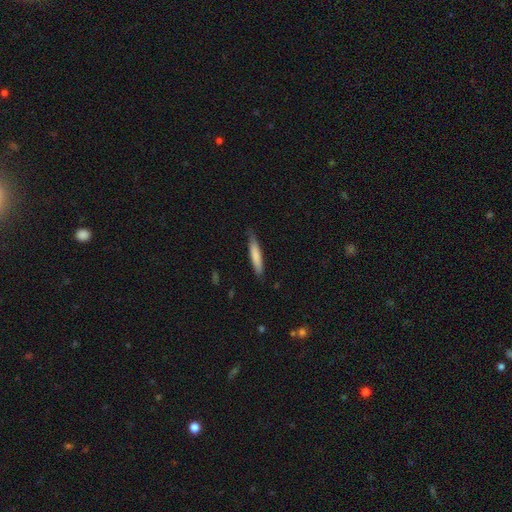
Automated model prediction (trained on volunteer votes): Smooth or featured? smooth (77%)
How rounded? cigar-shaped (90%)
Merging? none (80%)